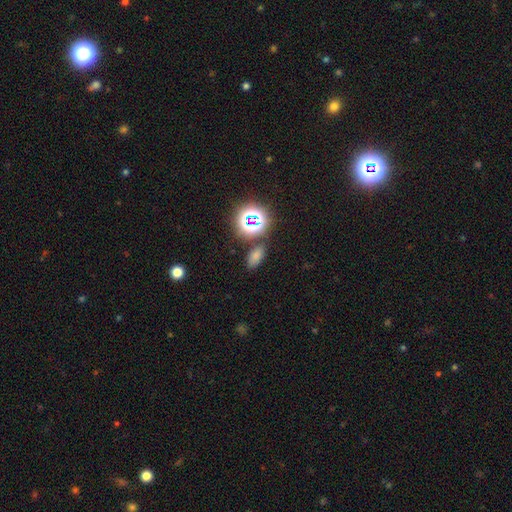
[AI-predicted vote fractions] smooth-or-featured: smooth: 65% | star or artifact: 28% | featured or disk: 7%
  how-rounded: in between: 86% | round: 10% | cigar-shaped: 4%
  merging: none: 79% | minor disturbance: 11% | merger: 6% | major disturbance: 4%